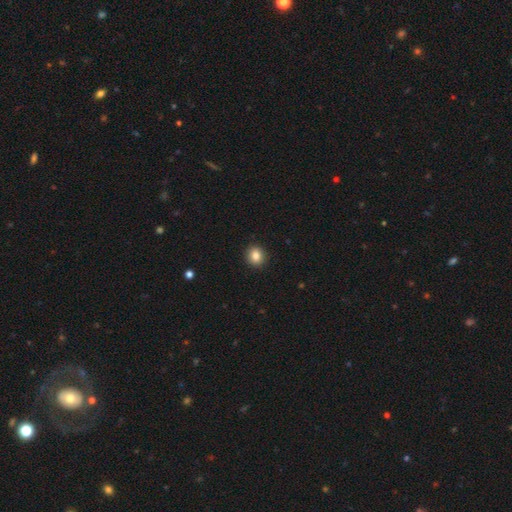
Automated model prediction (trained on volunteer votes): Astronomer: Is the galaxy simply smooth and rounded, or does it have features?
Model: smooth — 85%.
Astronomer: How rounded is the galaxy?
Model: round — 79%.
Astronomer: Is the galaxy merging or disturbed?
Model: none — 92%.